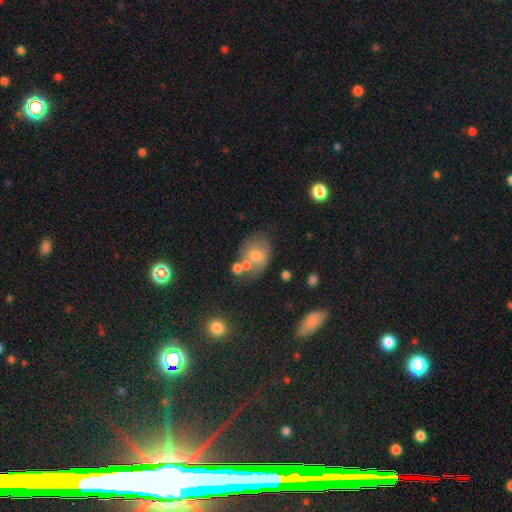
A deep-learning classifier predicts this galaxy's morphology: Smooth or featured? smooth (62%)
How rounded? in between (59%)
Merging? none (43%)